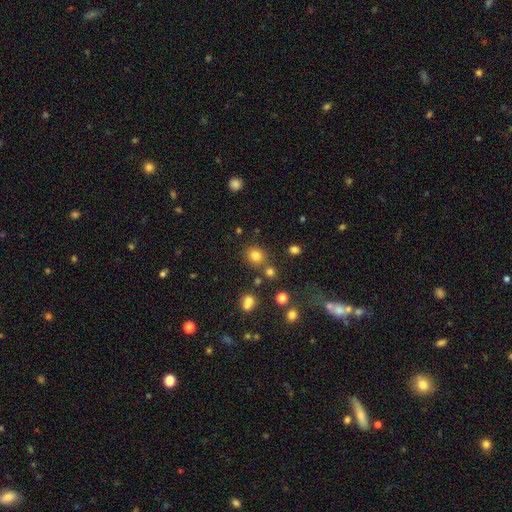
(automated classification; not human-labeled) A smooth galaxy with no disk features (78%) that is round (79%). Merging: none (77%).